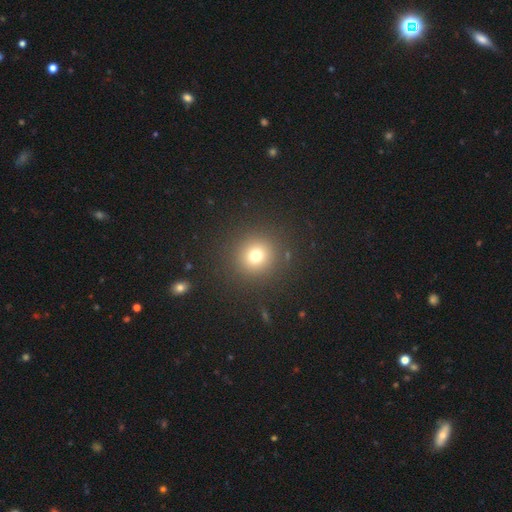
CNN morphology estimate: Q: Smooth or featured?
A: smooth (73%); runner-up: star or artifact (18%)
Q: How rounded?
A: round (93%); runner-up: in between (6%)
Q: Merging?
A: none (90%); runner-up: minor disturbance (6%)